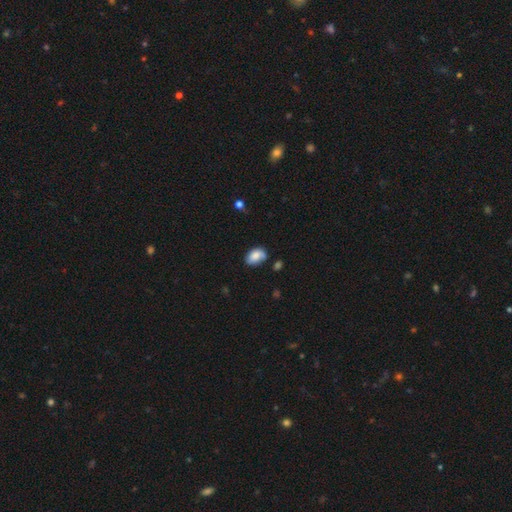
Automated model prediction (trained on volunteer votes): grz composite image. It shows a smooth galaxy with no disk features (75%) that is in between round and cigar-shaped (87%). Merging: none (56%).